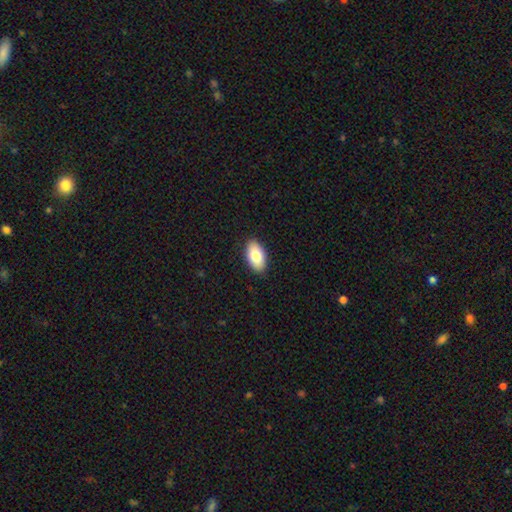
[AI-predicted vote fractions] Smooth or featured? smooth (80%)
How rounded? in between (94%)
Merging? none (89%)